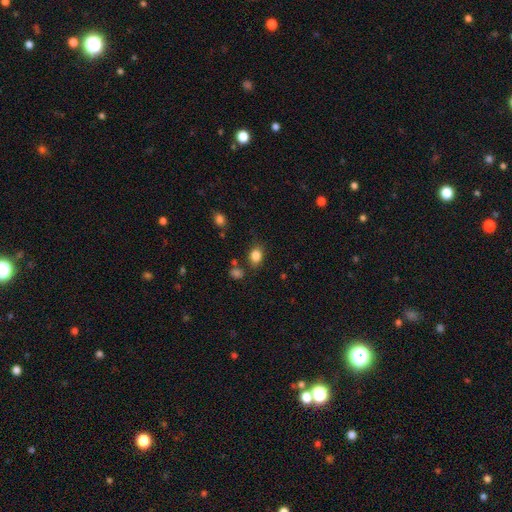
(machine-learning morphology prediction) smooth-or-featured: smooth: 83% | star or artifact: 11% | featured or disk: 6%
  how-rounded: in between: 64% | round: 34% | cigar-shaped: 1%
  merging: none: 76% | minor disturbance: 14% | merger: 5% | major disturbance: 4%